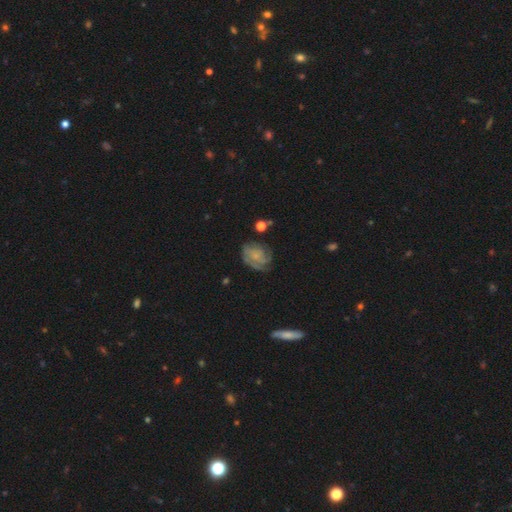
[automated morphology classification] type=featured or disk (65%); edge-on=no (97%); bar=no (77%); spiral arms=yes (85%); winding=tight (56%); arm count=can't tell (40%); bulge=small (67%); merging=none (61%).